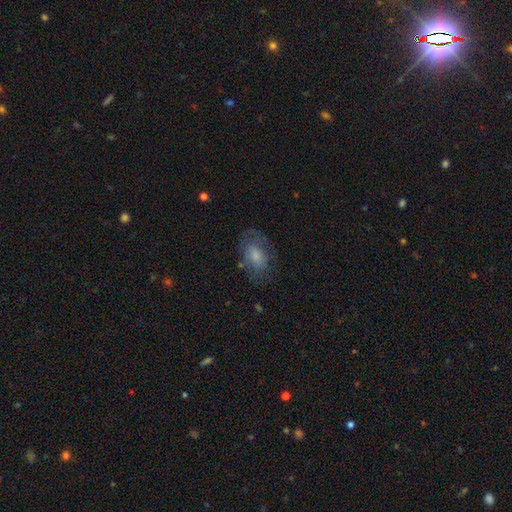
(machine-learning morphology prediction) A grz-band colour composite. It shows a smooth galaxy with no disk features (59%) that is in between round and cigar-shaped (87%). Merging: none (61%).